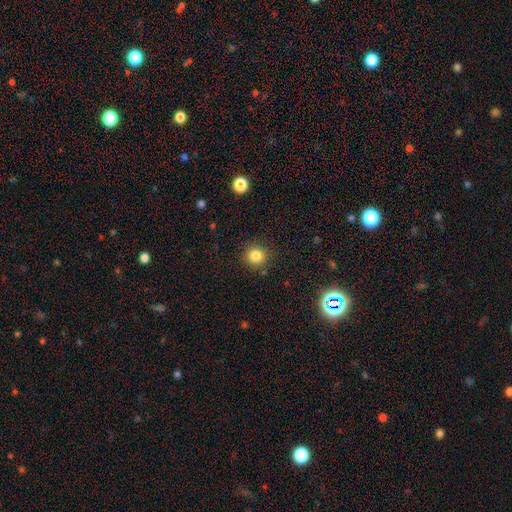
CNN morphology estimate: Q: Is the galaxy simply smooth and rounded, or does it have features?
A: smooth — 83%.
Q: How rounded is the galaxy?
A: round — 91%.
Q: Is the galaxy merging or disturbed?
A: none — 88%.